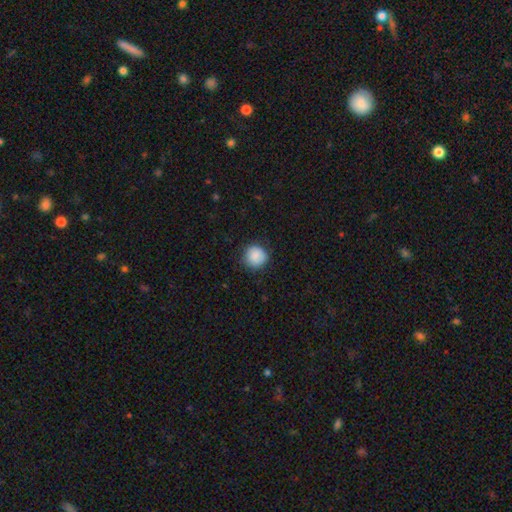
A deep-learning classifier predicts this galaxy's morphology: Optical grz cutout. It shows a smooth galaxy with no disk features (88%) that is round (94%). Merging: none (86%).